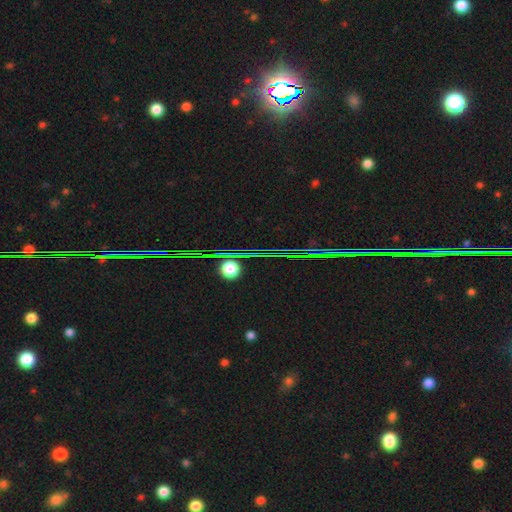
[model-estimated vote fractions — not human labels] A star or artifact, not a galaxy (82%).

Vote fractions:
- Smooth or featured? star or artifact: 82% / featured or disk: 9% / smooth: 9%